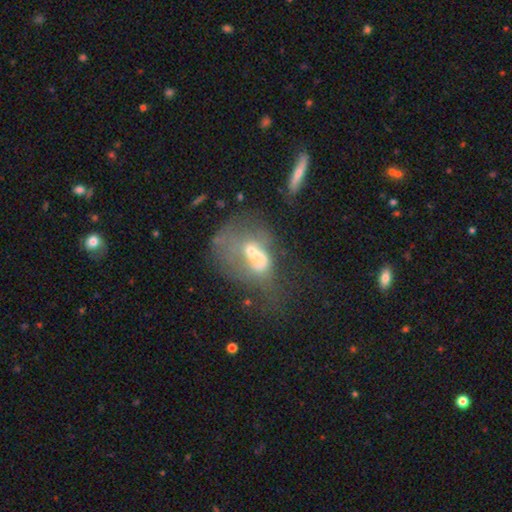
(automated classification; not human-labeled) featured or disk 56%, smooth 31%, star or artifact 12%. Down the decision tree: edge-on disk — no (96%); bar — no (67%); spiral arms — no (72%); bulge size — moderate (42%); merging — major disturbance (42%).